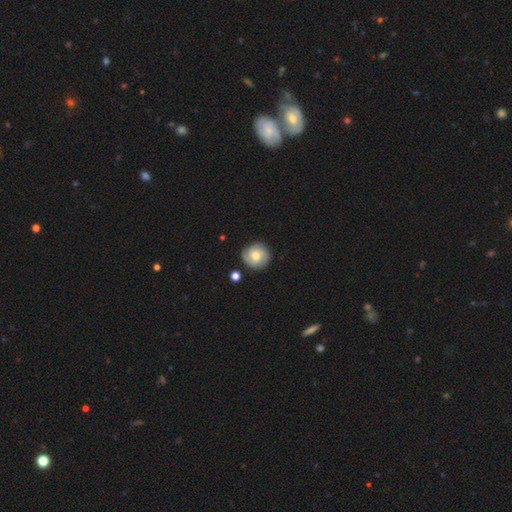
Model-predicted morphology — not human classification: Smooth or featured? featured or disk (52%)
Edge-on disk? no (97%)
Bar? no (63%)
Spiral arms? yes (87%)
Bulge size? moderate (67%)
Merging? none (84%)